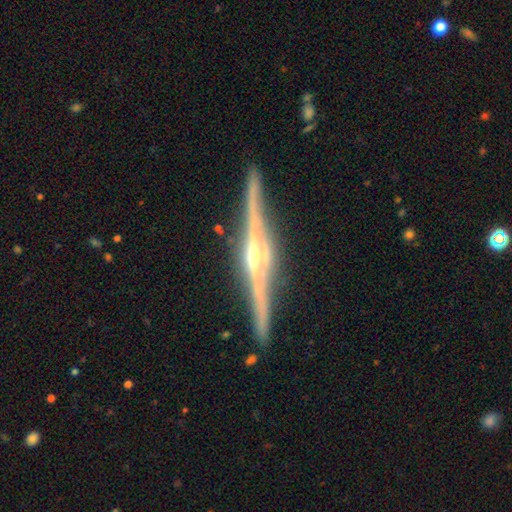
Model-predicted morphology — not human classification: This is clearly a featured or disk galaxy (90%). It is clearly viewed edge-on (98%). Edge-on bulge: likely rounded (80%). Merging: clearly none (90%).